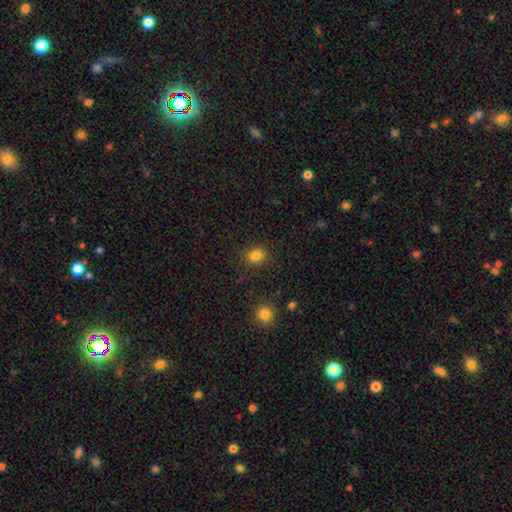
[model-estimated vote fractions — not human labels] Smooth or featured? smooth (82%)
How rounded? round (73%)
Merging? none (88%)